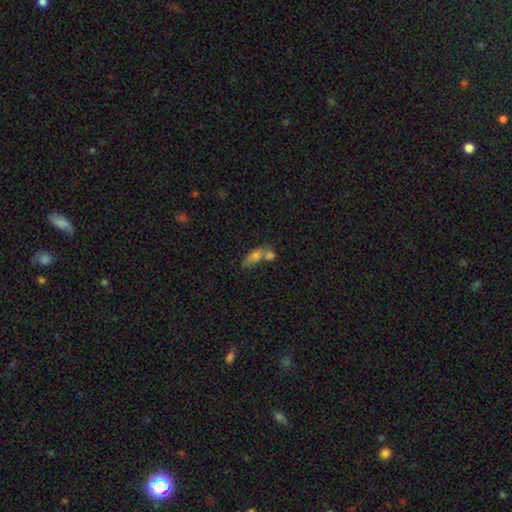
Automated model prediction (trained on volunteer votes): Smooth or featured: smooth — 69% (featured or disk — 20%)
How rounded: in between — 74% (cigar-shaped — 15%)
Merging: merger — 56% (none — 26%)